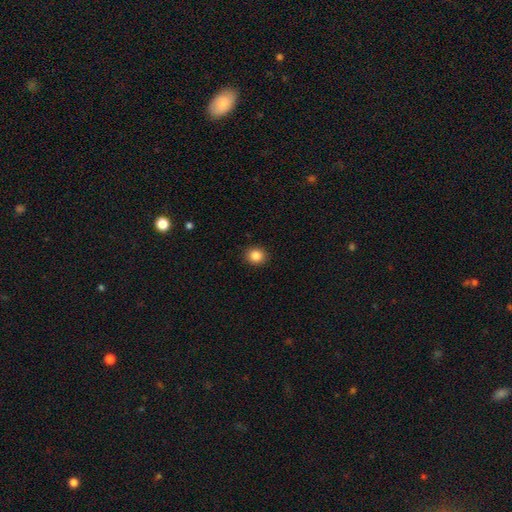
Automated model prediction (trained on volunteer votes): A smooth galaxy with no disk features (86%) that is round (74%).

Vote fractions:
- Smooth or featured? smooth: 86% / star or artifact: 10% / featured or disk: 4%
- How rounded? round: 74% / in between: 25% / cigar-shaped: 1%
- Merging? none: 91% / minor disturbance: 6% / major disturbance: 2% / merger: 1%